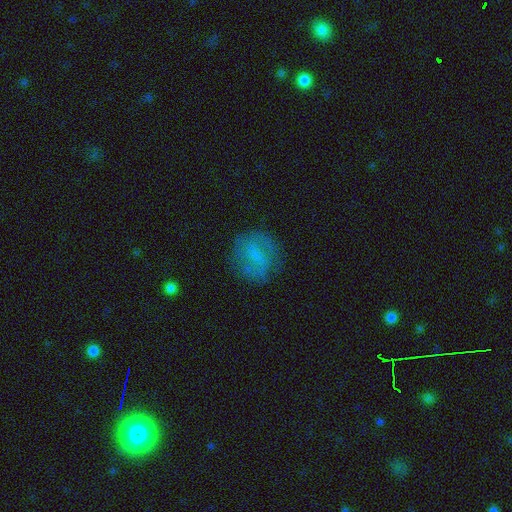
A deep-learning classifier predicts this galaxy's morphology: Overall: featured or disk (46%; smooth 44%). Merging: none (73%).